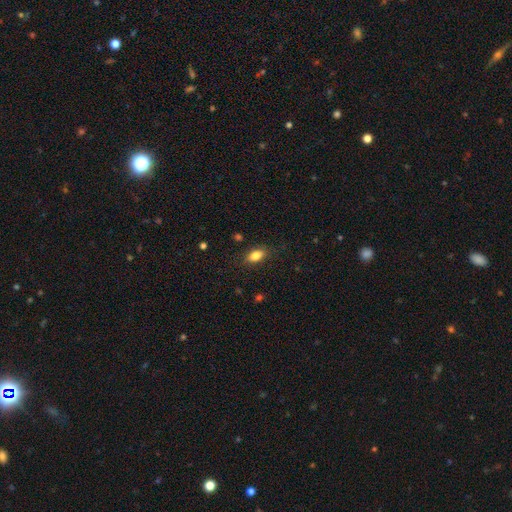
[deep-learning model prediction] Smooth or featured: smooth — 82% (featured or disk — 10%)
How rounded: in between — 86% (round — 7%)
Merging: none — 83% (minor disturbance — 12%)